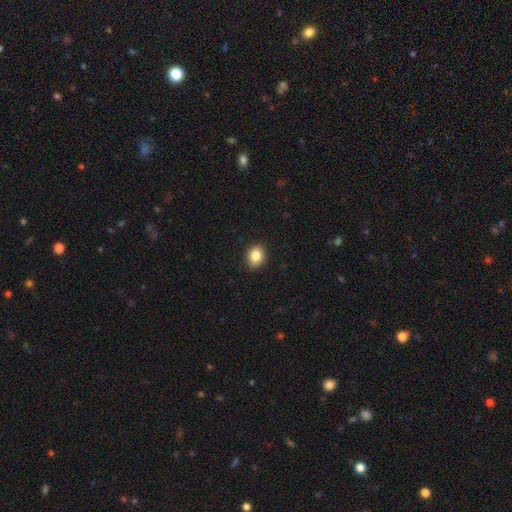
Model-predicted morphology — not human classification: Q: Smooth or featured?
A: smooth (86%); runner-up: star or artifact (9%)
Q: How rounded?
A: round (55%); runner-up: in between (45%)
Q: Merging?
A: none (90%); runner-up: minor disturbance (7%)